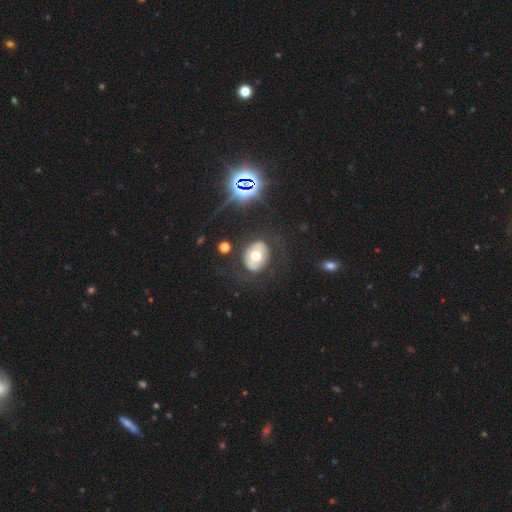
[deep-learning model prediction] A smooth galaxy with no disk features (50%) that is round (50%). Merging: none (76%).